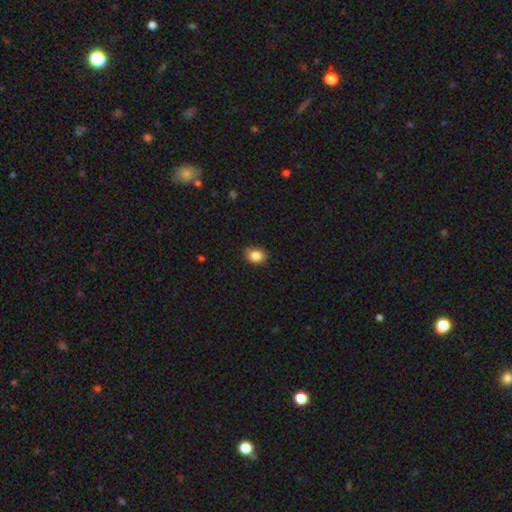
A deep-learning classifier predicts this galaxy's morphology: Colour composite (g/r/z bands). It shows a smooth galaxy with no disk features (86%) that is in between round and cigar-shaped (57%). Merging: none (79%).